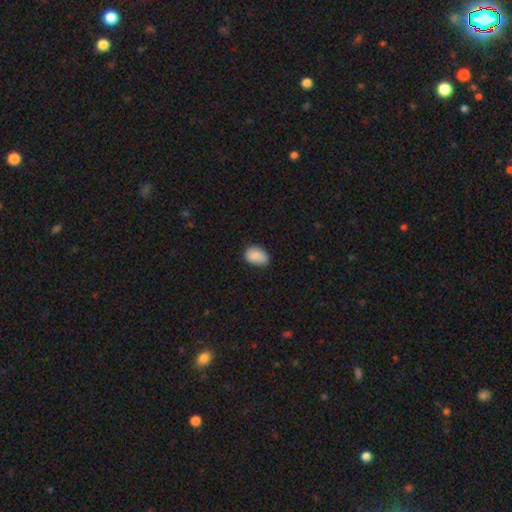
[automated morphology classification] The model was most divided on "merging": none: 65%, minor disturbance: 29%, major disturbance: 4%, merger: 1%. More confident: smooth or featured — smooth (86%); how rounded — in between (82%).